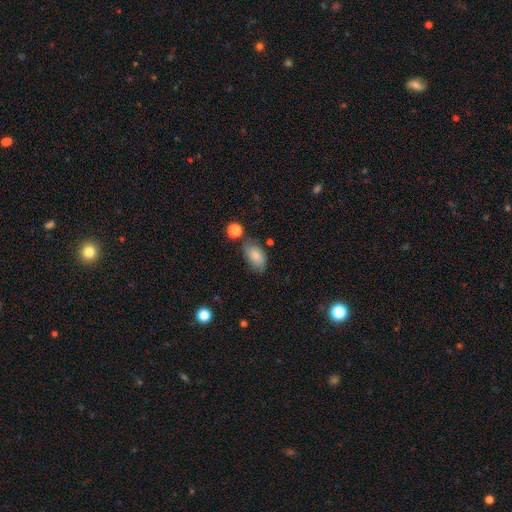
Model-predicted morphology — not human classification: Smooth or featured: smooth — 78% (featured or disk — 14%)
How rounded: in between — 92% (round — 6%)
Merging: none — 66% (minor disturbance — 22%)